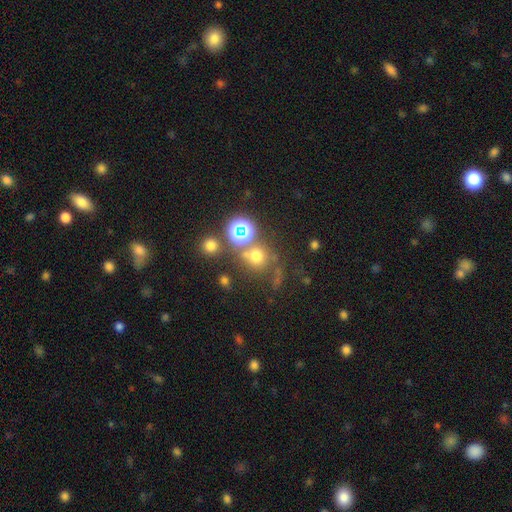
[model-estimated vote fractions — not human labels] smooth-or-featured: smooth: 63% | star or artifact: 27% | featured or disk: 10%
  how-rounded: round: 88% | in between: 11% | cigar-shaped: 1%
  merging: none: 64% | merger: 19% | minor disturbance: 11% | major disturbance: 6%